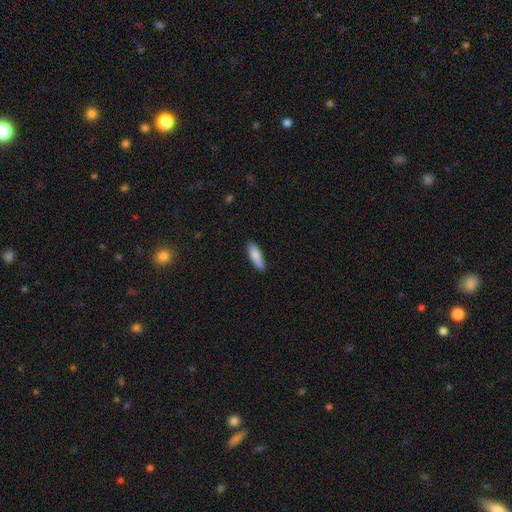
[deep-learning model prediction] smooth_or_featured: smooth (p=0.86) [alt: featured or disk p=0.08]
how_rounded: cigar-shaped (p=0.50) [alt: in between p=0.49]
merging: none (p=0.87) [alt: minor disturbance p=0.10]